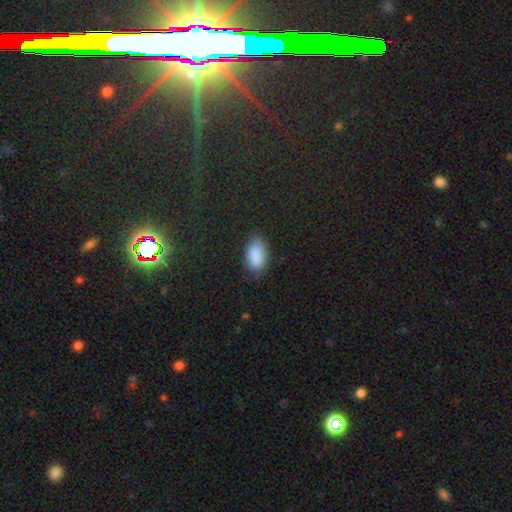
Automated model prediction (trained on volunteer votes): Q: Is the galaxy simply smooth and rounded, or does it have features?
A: smooth — 87%.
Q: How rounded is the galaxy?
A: in between — 93%.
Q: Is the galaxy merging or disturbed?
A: none — 73%.